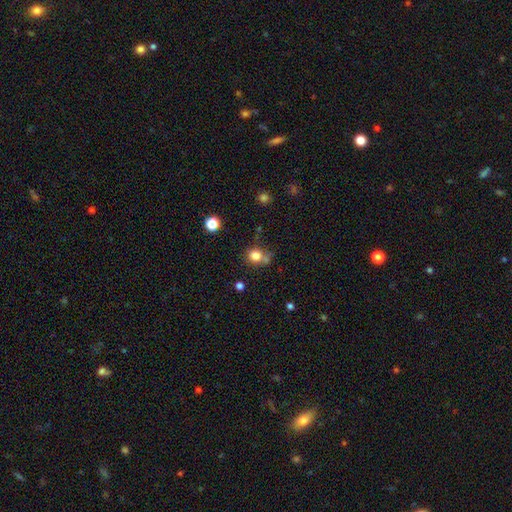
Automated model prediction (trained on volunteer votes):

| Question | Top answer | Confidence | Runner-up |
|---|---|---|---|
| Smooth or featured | smooth | 80% | star or artifact (13%) |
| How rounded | round | 82% | in between (17%) |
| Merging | none | 61% | minor disturbance (17%) |